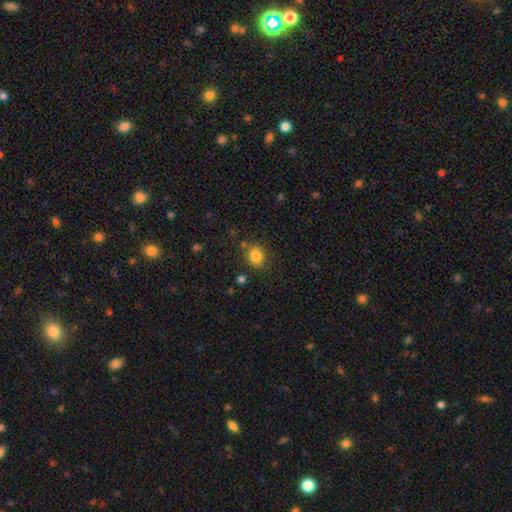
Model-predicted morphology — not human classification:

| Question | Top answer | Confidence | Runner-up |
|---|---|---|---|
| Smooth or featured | smooth | 85% | star or artifact (10%) |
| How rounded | round | 54% | in between (45%) |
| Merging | none | 77% | minor disturbance (13%) |